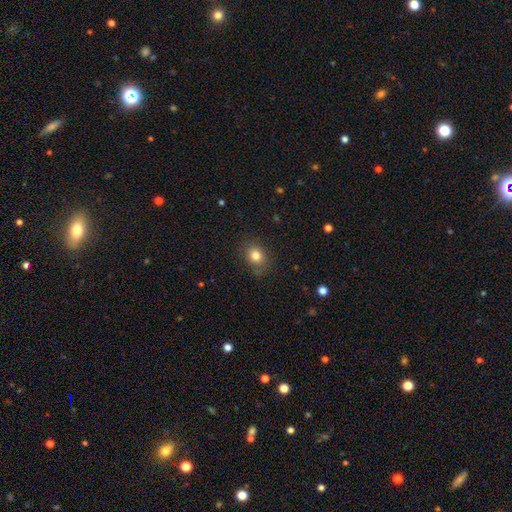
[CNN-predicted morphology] smooth-or-featured: smooth: 80% | star or artifact: 11% | featured or disk: 8%
  how-rounded: round: 64% | in between: 35% | cigar-shaped: 1%
  merging: none: 79% | minor disturbance: 15% | major disturbance: 5% | merger: 1%